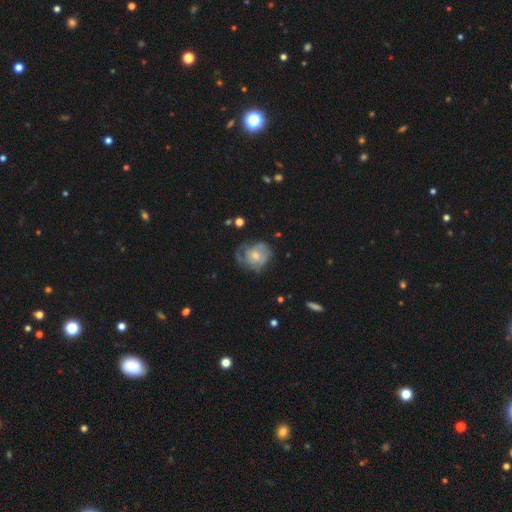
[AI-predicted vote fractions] A featured or disk galaxy (61%) with no bar (74%), spiral arms (71%) and a moderate central bulge (47%).

Vote fractions:
- Smooth or featured? featured or disk: 61% / smooth: 32% / star or artifact: 8%
- Edge-on disk? no: 97% / yes: 3%
- Bar? no: 74% / weak: 22% / strong: 3%
- Spiral arms? yes: 71% / no: 29%
- Bulge size? moderate: 47% / small: 45% / large: 4% / none: 3% / dominant: 1%
- Merging? none: 49% / minor disturbance: 26% / major disturbance: 23% / merger: 2%